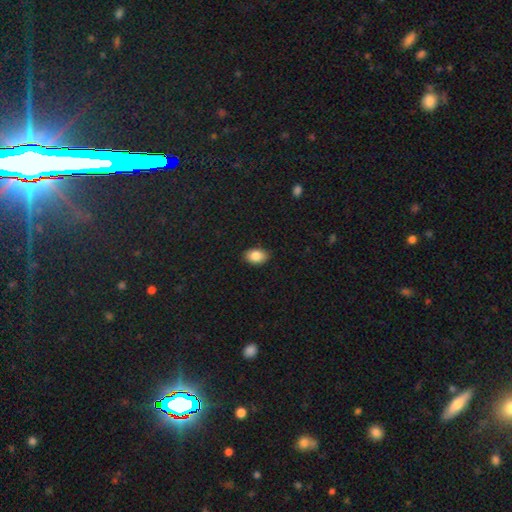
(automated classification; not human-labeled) Overall: smooth (85%). How rounded: in between (87%). Merging: none (89%).